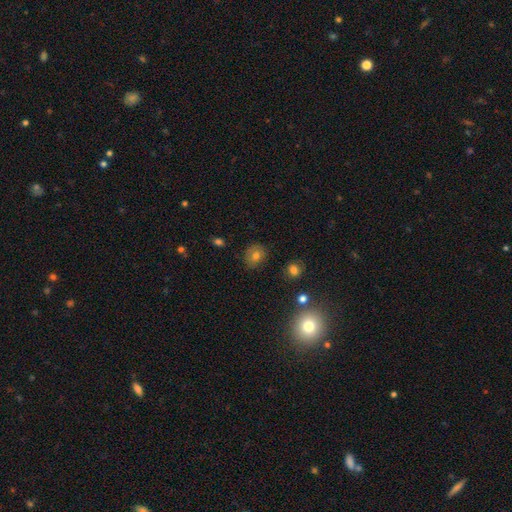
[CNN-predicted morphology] A smooth galaxy with no disk features (74%) that is round (71%). Merging: none (83%).